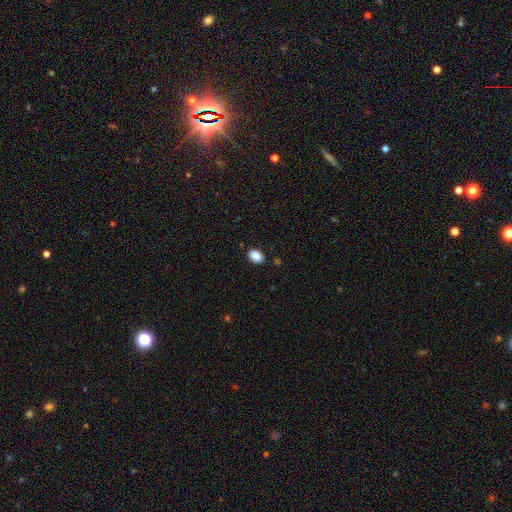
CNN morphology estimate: Smooth or featured?
  - smooth: 89% *
  - star or artifact: 8%
  - featured or disk: 3%
How rounded?
  - in between: 82% *
  - round: 17%
  - cigar-shaped: 1%
Merging?
  - none: 86% *
  - minor disturbance: 10%
  - major disturbance: 2%
  - merger: 1%